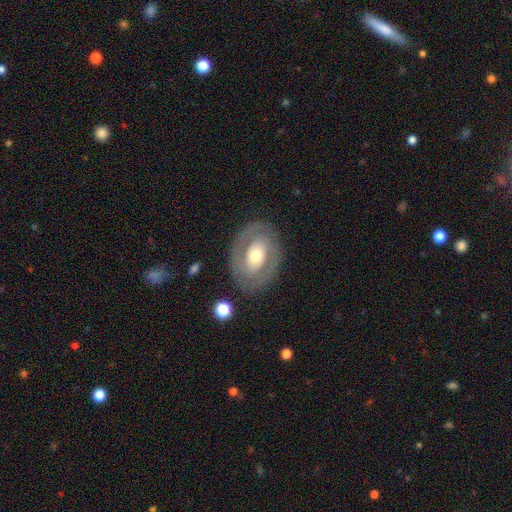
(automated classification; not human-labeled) Overall: featured or disk (62%; smooth 32%). Edge-on disk: no (94%). Bar: no (66%). Spiral arms: no (56%; yes 44%). Bulge size: moderate (64%). Merging: none (81%).